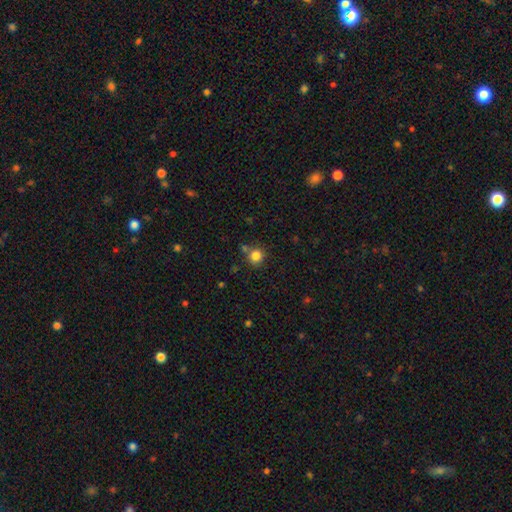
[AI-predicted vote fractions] This appears to be a smooth galaxy with no disk features (82%) that is round (92%). Merging: none (77%).